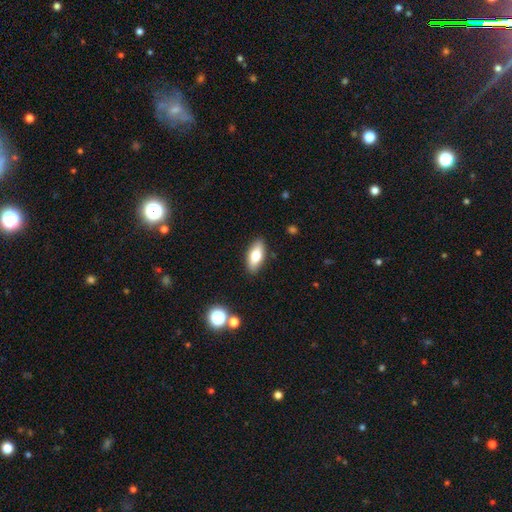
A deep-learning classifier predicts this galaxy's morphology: This appears to be a smooth galaxy with no disk features (73%) that is in between round and cigar-shaped (84%). Merging: none (88%).